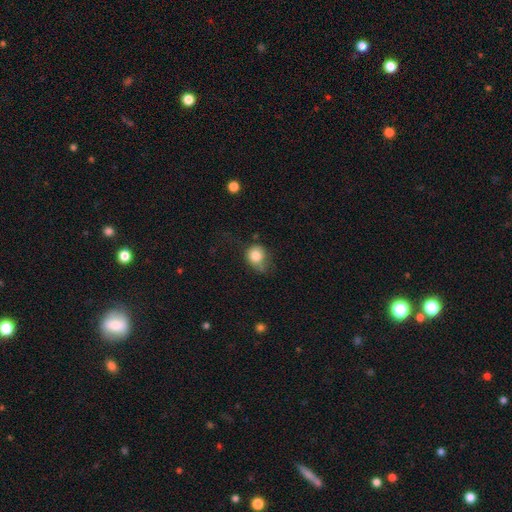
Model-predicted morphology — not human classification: A smooth galaxy with no disk features (81%) that is round (74%). Merging: none (43%).